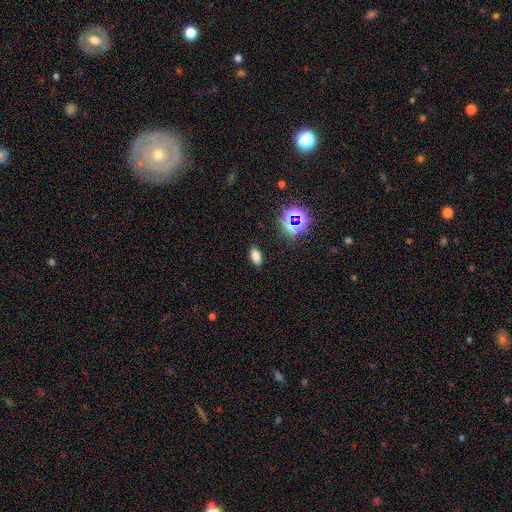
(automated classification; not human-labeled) This appears to be a smooth galaxy with no disk features (74%) that is in between round and cigar-shaped (87%). Merging: none (87%).